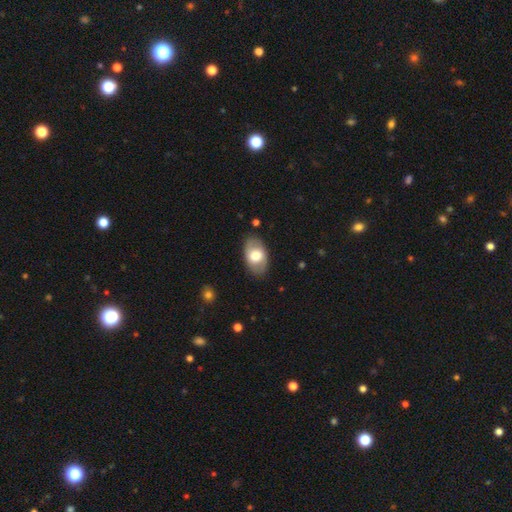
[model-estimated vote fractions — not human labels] Morphology: type=smooth (64%); roundness=in between (91%); merging=none (84%).